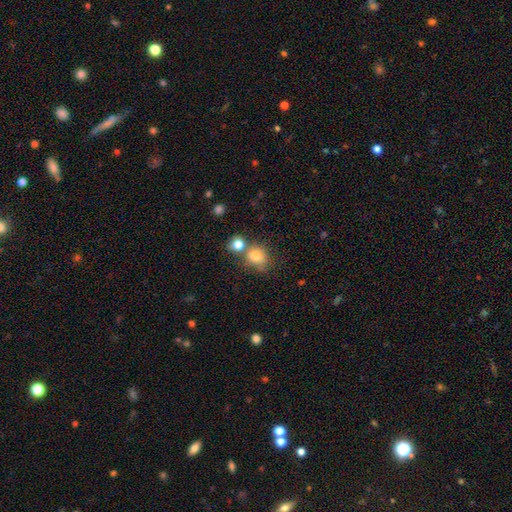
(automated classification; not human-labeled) smooth 78%, star or artifact 12%, featured or disk 10%. Down the decision tree: how rounded — round (64%); merging — none (47%).